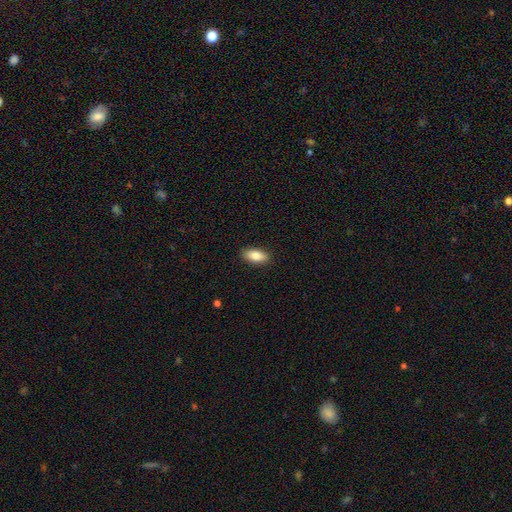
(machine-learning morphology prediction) A smooth galaxy with no disk features (85%) that is in between round and cigar-shaped (89%).

Vote fractions:
- Smooth or featured? smooth: 85% / featured or disk: 8% / star or artifact: 7%
- How rounded? in between: 89% / cigar-shaped: 8% / round: 3%
- Merging? none: 89% / minor disturbance: 8% / major disturbance: 2% / merger: 1%